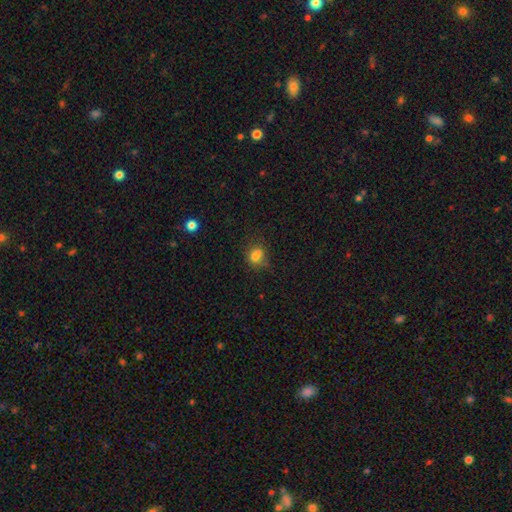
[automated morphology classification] smooth-or-featured: smooth: 75% | star or artifact: 14% | featured or disk: 10%
  how-rounded: round: 62% | in between: 36% | cigar-shaped: 1%
  merging: none: 55% | minor disturbance: 20% | merger: 18% | major disturbance: 7%